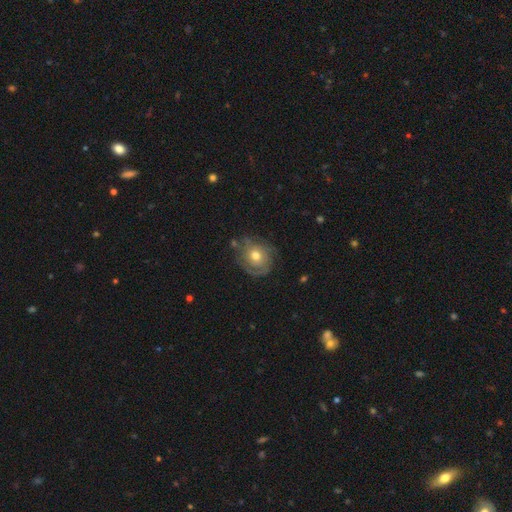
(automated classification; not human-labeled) Morphology: type=featured or disk (52%); edge-on=no (96%); bar=no (84%); spiral arms=yes (68%); bulge=moderate (74%); merging=none (67%).